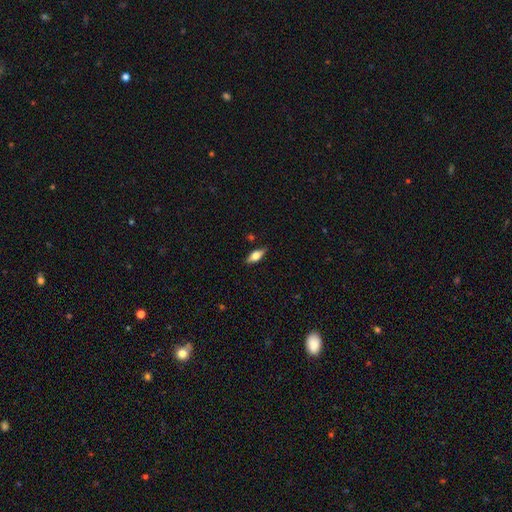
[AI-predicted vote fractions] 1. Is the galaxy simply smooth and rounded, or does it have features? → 55% smooth, 38% featured or disk, 7% star or artifact.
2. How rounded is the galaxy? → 73% in between, 23% cigar-shaped, 4% round.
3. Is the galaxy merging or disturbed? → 84% none, 12% minor disturbance, 2% major disturbance, 2% merger.